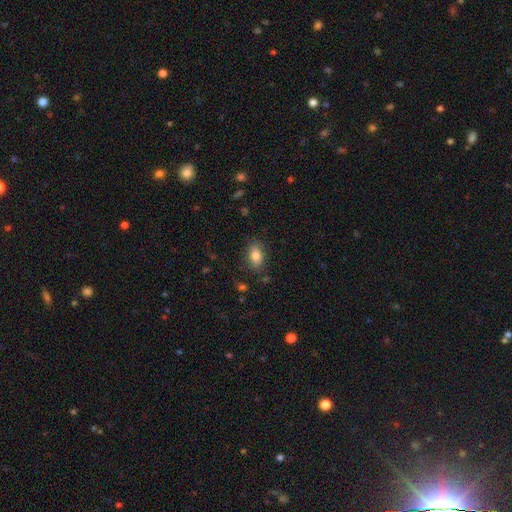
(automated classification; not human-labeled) A smooth galaxy with no disk features (80%) that is in between round and cigar-shaped (87%). Merging: none (82%).